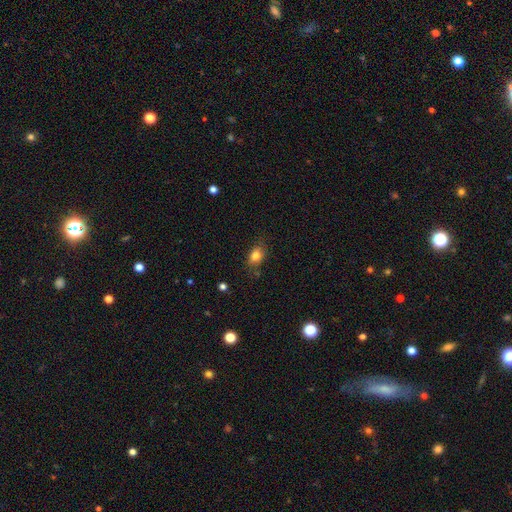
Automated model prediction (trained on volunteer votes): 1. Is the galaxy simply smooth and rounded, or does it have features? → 81% smooth, 10% star or artifact, 9% featured or disk.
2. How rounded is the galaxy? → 76% in between, 21% round, 2% cigar-shaped.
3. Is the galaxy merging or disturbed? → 75% none, 18% minor disturbance, 4% major disturbance, 2% merger.